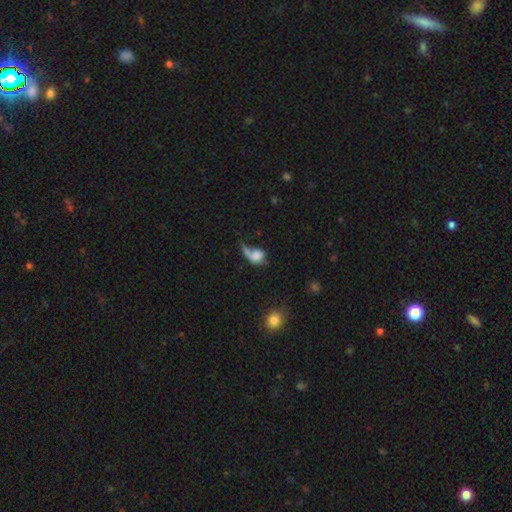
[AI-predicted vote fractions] Smooth or featured: smooth — 69% (featured or disk — 20%)
How rounded: in between — 53% (round — 43%)
Merging: major disturbance — 30% (tied with merger — 30%)